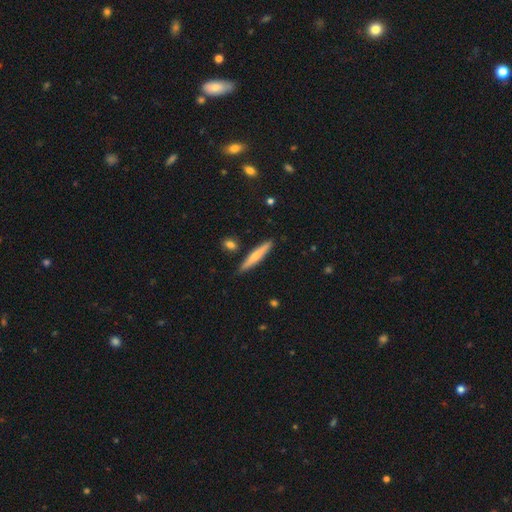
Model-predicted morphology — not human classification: type=smooth (57%); roundness=cigar-shaped (92%); merging=none (86%).